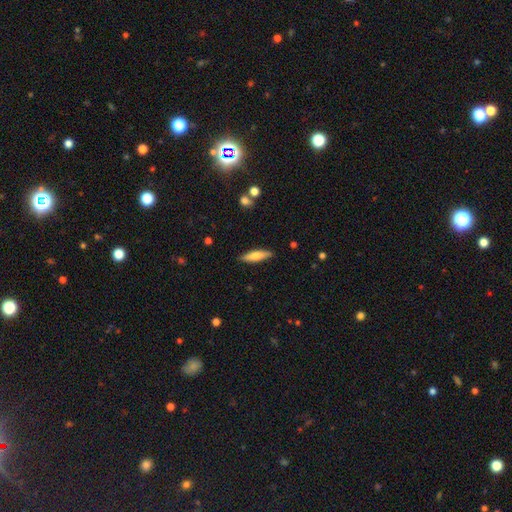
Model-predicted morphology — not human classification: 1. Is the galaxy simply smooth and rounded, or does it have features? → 70% smooth, 24% featured or disk, 6% star or artifact.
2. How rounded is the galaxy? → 70% cigar-shaped, 28% in between, 2% round.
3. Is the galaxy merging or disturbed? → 89% none, 8% minor disturbance, 2% major disturbance, 1% merger.